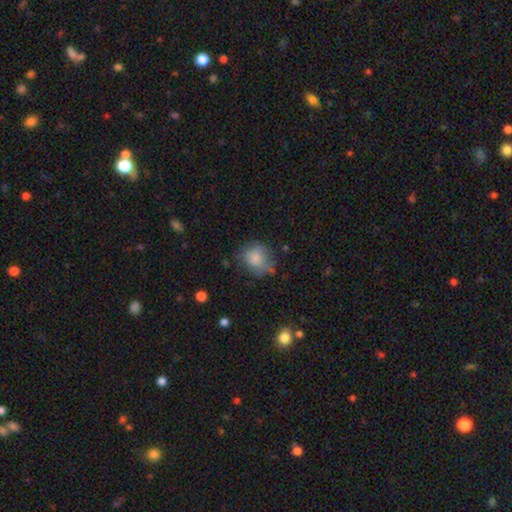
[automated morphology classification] Smooth or featured?
  - smooth: 77% *
  - featured or disk: 12%
  - star or artifact: 11%
How rounded?
  - round: 70% *
  - in between: 29%
  - cigar-shaped: 1%
Merging?
  - none: 62% *
  - minor disturbance: 26%
  - major disturbance: 9%
  - merger: 3%